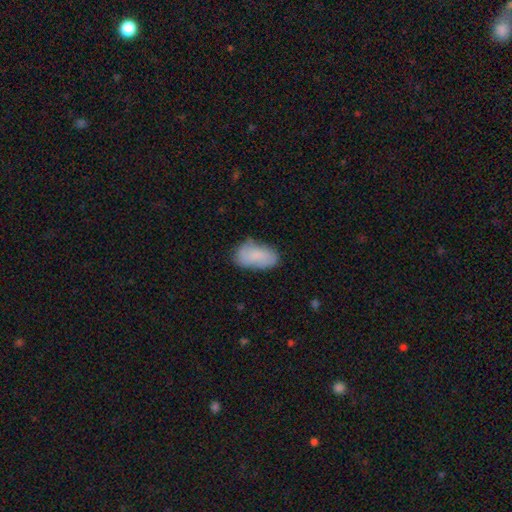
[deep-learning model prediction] smooth-or-featured: smooth: 78% | featured or disk: 15% | star or artifact: 7%
  how-rounded: in between: 94% | round: 4% | cigar-shaped: 2%
  merging: none: 68% | minor disturbance: 24% | major disturbance: 6% | merger: 2%